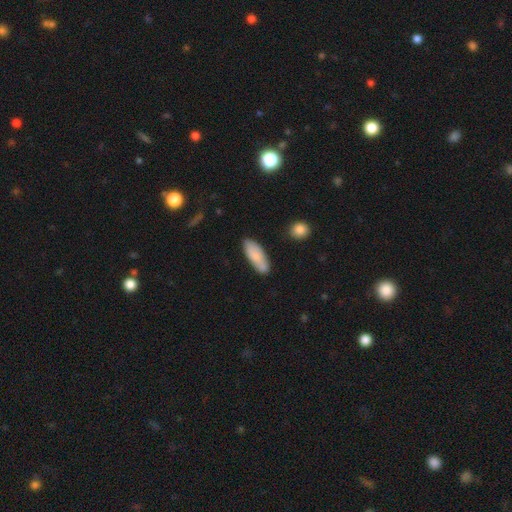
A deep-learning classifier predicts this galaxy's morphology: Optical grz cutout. It shows a smooth galaxy with no disk features (82%) that is in between round and cigar-shaped (68%). Merging: none (75%).